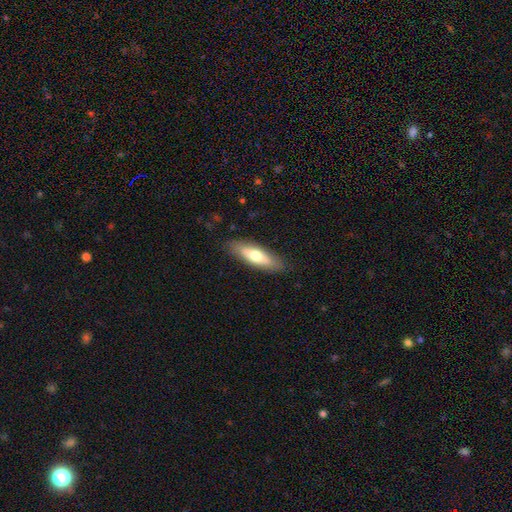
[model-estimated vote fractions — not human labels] smooth 63%, featured or disk 31%, star or artifact 6%. Down the decision tree: how rounded — in between (50%); merging — none (85%).